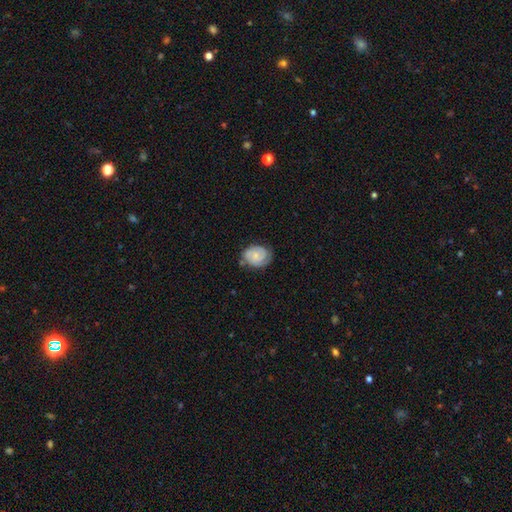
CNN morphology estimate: The model was most divided on "bulge size": small: 60%, moderate: 28%, none: 9%, large: 2%, dominant: 1%. More confident: edge-on disk — no (98%); spiral arms — yes (92%); merging — none (68%); bar — no (67%); spiral winding — tight (64%); smooth or featured — featured or disk (63%); spiral arm count — 2 (57%).